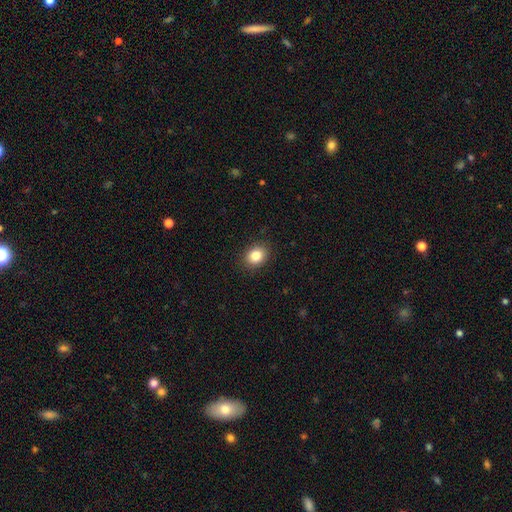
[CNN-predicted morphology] Overall: smooth (84%). How rounded: in between (51%; round 48%). Merging: none (89%).